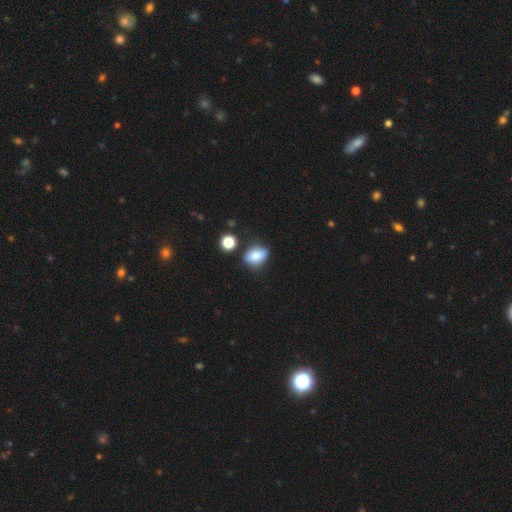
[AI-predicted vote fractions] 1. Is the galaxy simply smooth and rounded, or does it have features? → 80% smooth, 10% featured or disk, 10% star or artifact.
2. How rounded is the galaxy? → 74% in between, 23% round, 3% cigar-shaped.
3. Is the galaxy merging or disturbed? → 64% none, 24% minor disturbance, 7% merger, 6% major disturbance.